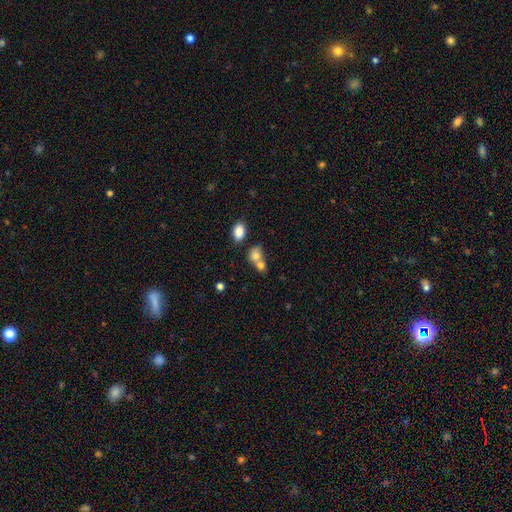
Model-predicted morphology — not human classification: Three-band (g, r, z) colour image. It shows a smooth galaxy with no disk features (77%) that is round (52%). Merging: merger (57%).